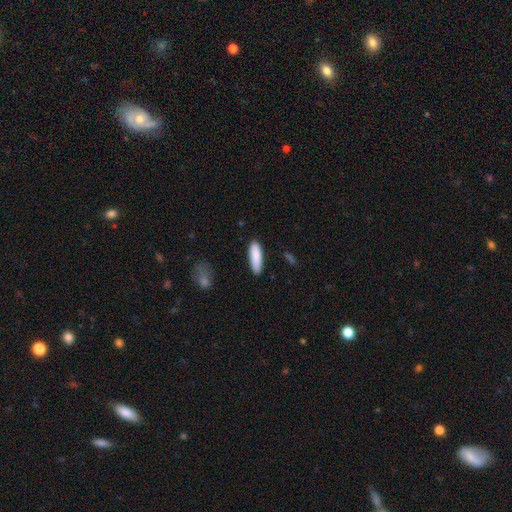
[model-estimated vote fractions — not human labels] smooth_or_featured: smooth (p=0.87) [alt: featured or disk p=0.07]
how_rounded: cigar-shaped (p=0.56) [alt: in between p=0.43]
merging: none (p=0.84) [alt: minor disturbance p=0.12]